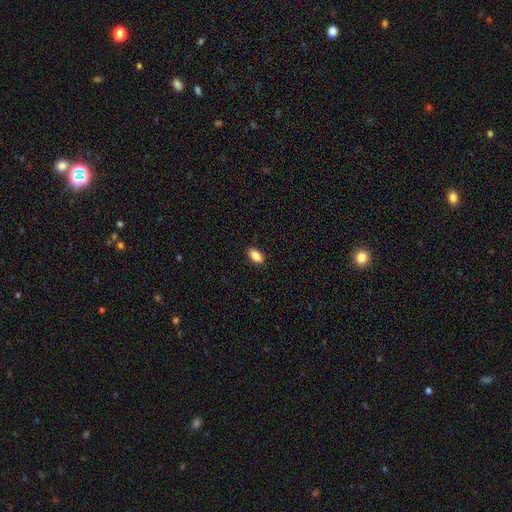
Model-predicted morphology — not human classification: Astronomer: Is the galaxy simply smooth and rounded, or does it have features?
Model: smooth — 87%.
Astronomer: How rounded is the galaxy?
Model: in between — 92%.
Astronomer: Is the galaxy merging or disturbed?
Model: none — 89%.